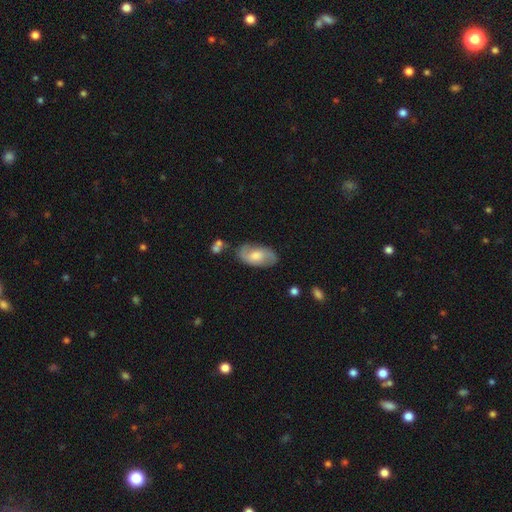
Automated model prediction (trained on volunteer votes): Morphology: type=featured or disk (60%); edge-on=no (94%); bar=no (53%); spiral arms=yes (86%); bulge=moderate (49%); merging=none (73%).